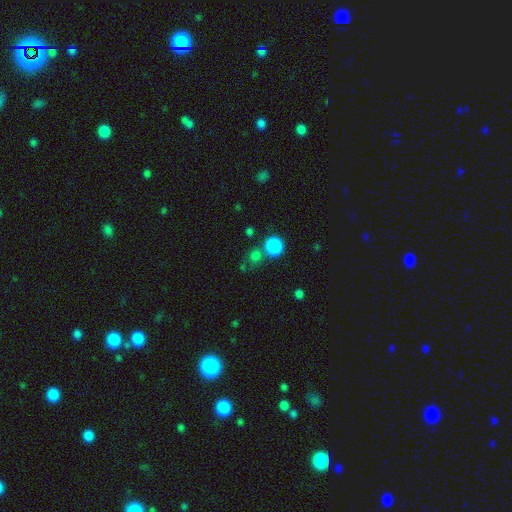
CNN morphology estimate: Smooth or featured? smooth (79%)
How rounded? round (83%)
Merging? none (63%)